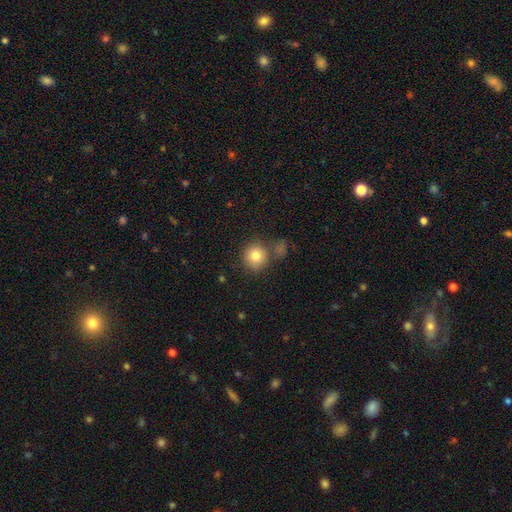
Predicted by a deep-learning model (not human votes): Q: Smooth or featured?
A: smooth (81%); runner-up: star or artifact (11%)
Q: How rounded?
A: round (91%); runner-up: in between (8%)
Q: Merging?
A: none (75%); runner-up: merger (11%)